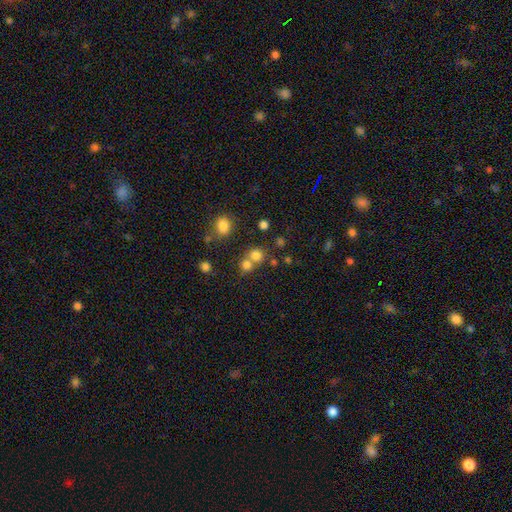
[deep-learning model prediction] Smooth or featured?
  - smooth: 75% *
  - star or artifact: 17%
  - featured or disk: 8%
How rounded?
  - round: 86% *
  - in between: 13%
  - cigar-shaped: 1%
Merging?
  - none: 51% *
  - merger: 40%
  - minor disturbance: 6%
  - major disturbance: 3%